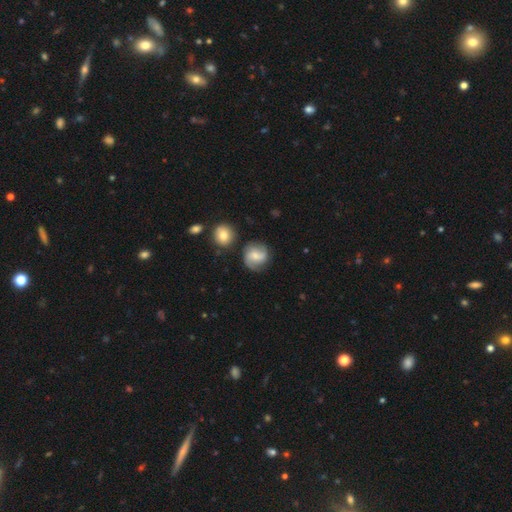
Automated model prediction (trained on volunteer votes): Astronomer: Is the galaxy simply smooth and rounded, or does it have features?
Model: featured or disk — 63%.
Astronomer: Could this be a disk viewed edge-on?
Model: no — 98%.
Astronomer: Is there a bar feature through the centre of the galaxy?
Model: weak — 48% (runner-up: no, 41%).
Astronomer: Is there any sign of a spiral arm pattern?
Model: yes — 92%.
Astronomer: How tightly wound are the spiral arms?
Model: medium — 46% (runner-up: loose, 31%).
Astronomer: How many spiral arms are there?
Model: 2 — 75%.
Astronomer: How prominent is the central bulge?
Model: small — 42% (runner-up: moderate, 41%).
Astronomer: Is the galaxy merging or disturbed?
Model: none — 75%.